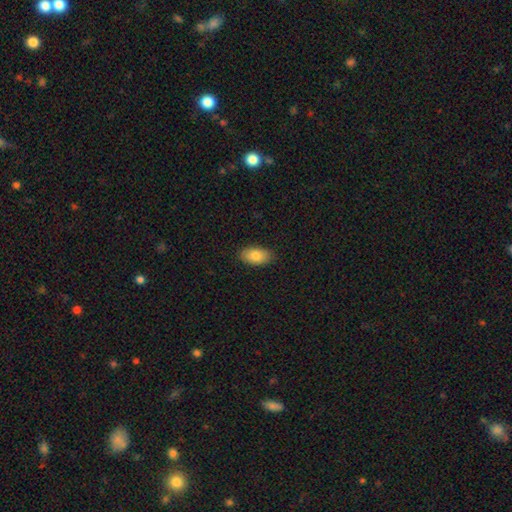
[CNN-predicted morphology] Smooth or featured? Predicted: smooth (p=0.84). How rounded? Predicted: in between (p=0.94). Merging? Predicted: none (p=0.88).